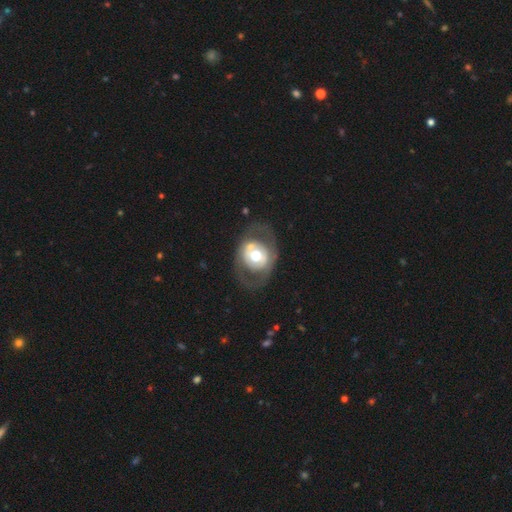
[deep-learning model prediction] This appears to be a featured or disk galaxy (58%) with no bar (76%), no spiral arms (79%) and a moderate central bulge (64%). Merging: none (63%).